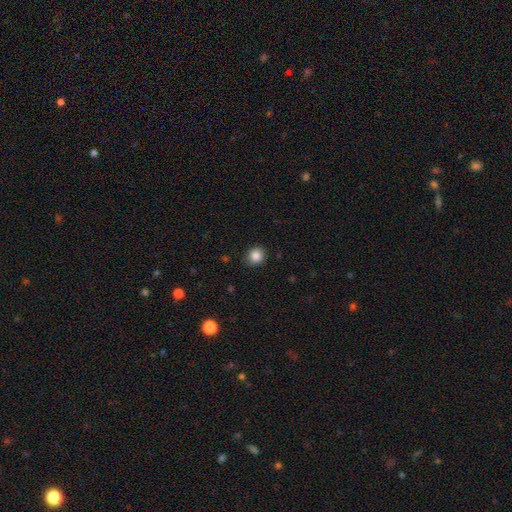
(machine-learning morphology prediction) smooth-or-featured: smooth: 86% | star or artifact: 10% | featured or disk: 4%
  how-rounded: round: 83% | in between: 16% | cigar-shaped: 1%
  merging: none: 87% | minor disturbance: 10% | major disturbance: 2% | merger: 1%